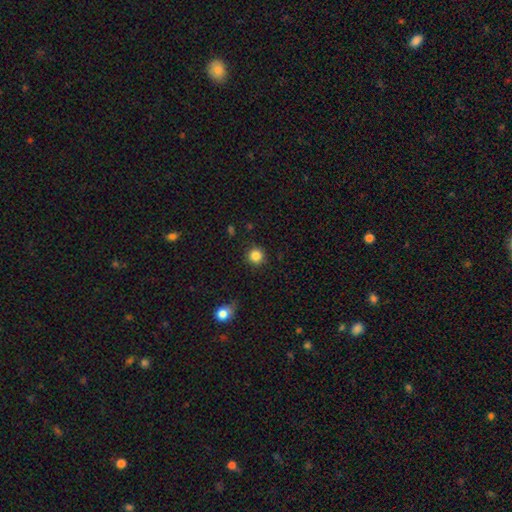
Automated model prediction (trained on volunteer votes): Smooth or featured: smooth — 85% (star or artifact — 11%)
How rounded: round — 95% (in between — 4%)
Merging: none — 90% (minor disturbance — 6%)